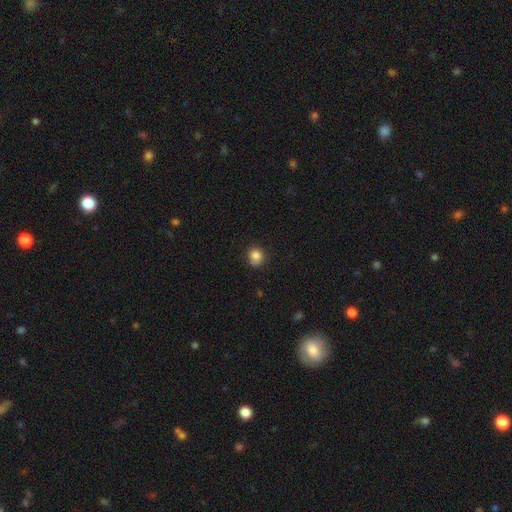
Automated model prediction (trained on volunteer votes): Morphology: type=smooth (83%); roundness=round (80%); merging=none (73%).